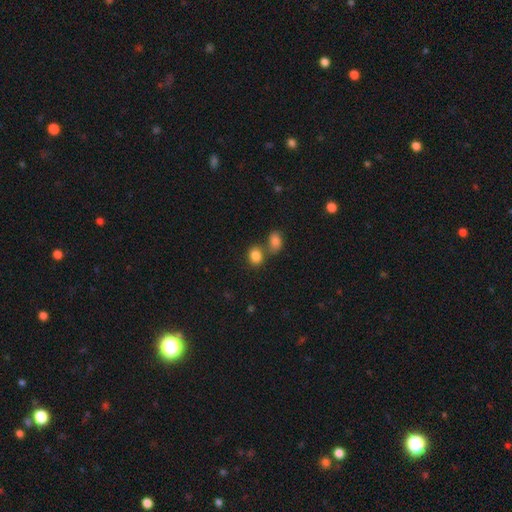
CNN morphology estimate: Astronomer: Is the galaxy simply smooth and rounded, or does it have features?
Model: smooth — 84%.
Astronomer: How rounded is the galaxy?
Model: in between — 52% (runner-up: round, 47%).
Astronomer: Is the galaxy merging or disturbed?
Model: none — 52% (runner-up: merger, 34%).